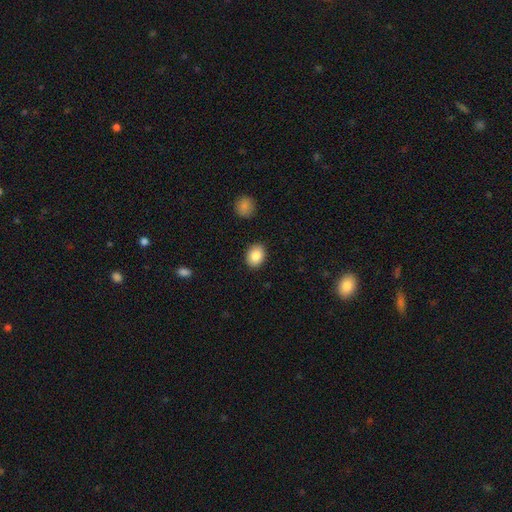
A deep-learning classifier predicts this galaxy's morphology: The model was most divided on "how rounded": in between: 60%, round: 39%, cigar-shaped: 1%. More confident: merging — none (89%); smooth or featured — smooth (86%).